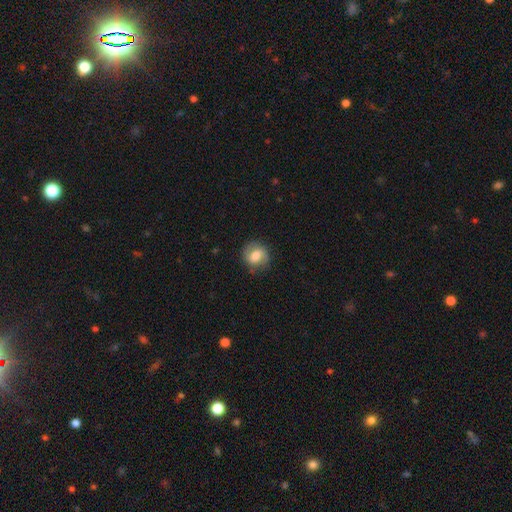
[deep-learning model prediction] Smooth or featured? Predicted: smooth (p=0.60). How rounded? Predicted: round (p=0.76). Merging? Predicted: none (p=0.79).